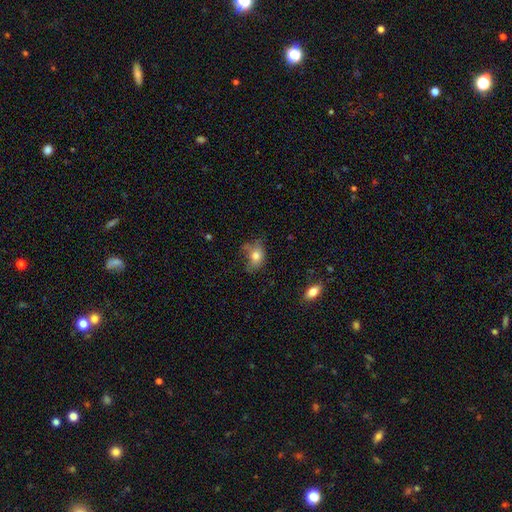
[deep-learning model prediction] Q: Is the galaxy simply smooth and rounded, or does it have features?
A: smooth — 76%.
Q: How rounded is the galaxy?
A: in between — 73%.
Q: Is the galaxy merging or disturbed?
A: none — 51%.